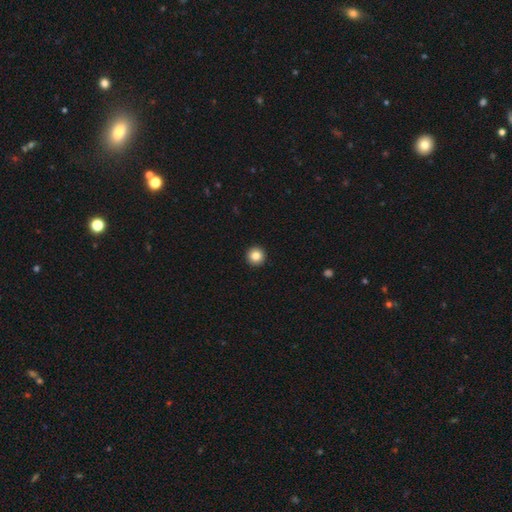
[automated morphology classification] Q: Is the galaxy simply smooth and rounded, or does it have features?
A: smooth — 85%.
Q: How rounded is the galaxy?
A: round — 97%.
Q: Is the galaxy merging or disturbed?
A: none — 94%.